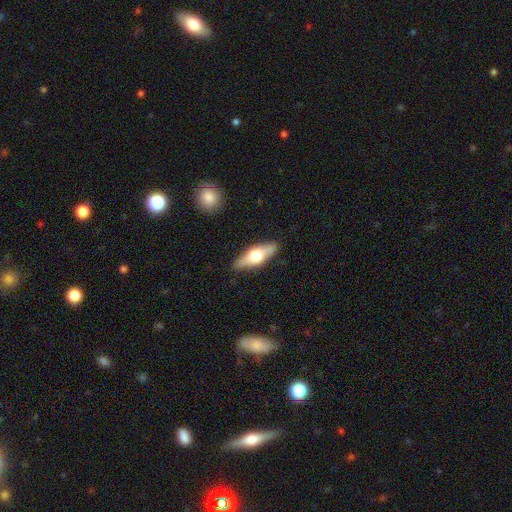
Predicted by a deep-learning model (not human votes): Q: Smooth or featured?
A: featured or disk (48%); runner-up: smooth (46%)
Q: Merging?
A: none (86%); runner-up: minor disturbance (11%)